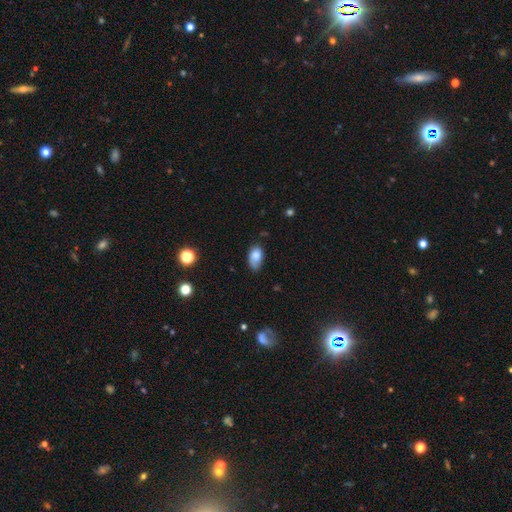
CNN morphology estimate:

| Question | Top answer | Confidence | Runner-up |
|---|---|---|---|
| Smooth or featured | smooth | 79% | featured or disk (13%) |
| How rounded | in between | 90% | round (8%) |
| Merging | none | 51% | minor disturbance (37%) |